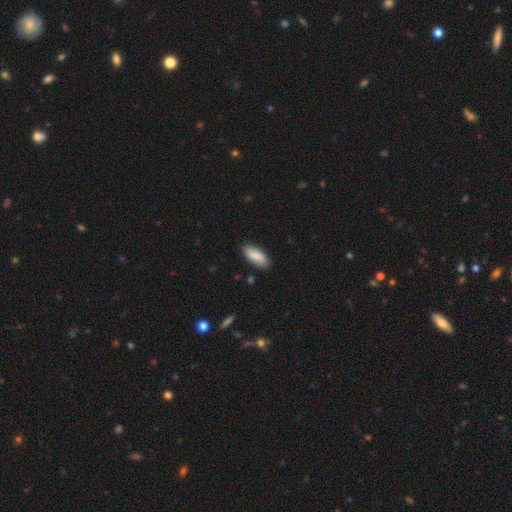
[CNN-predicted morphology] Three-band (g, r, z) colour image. It shows a smooth galaxy with no disk features (87%) that is in between round and cigar-shaped (82%). Merging: none (86%).